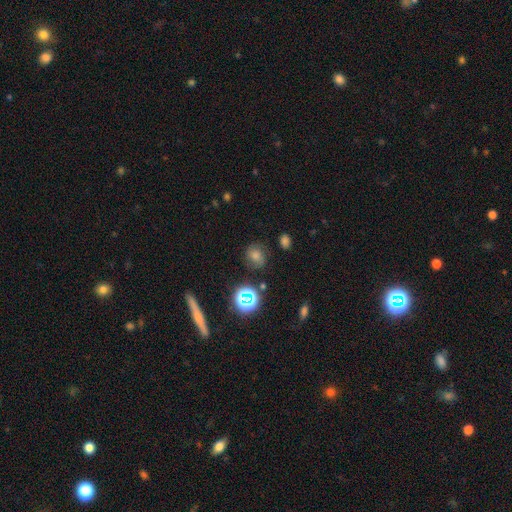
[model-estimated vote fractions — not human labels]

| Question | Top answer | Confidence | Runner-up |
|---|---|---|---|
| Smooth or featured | smooth | 51% | star or artifact (30%) |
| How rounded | round | 80% | in between (18%) |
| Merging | none | 82% | minor disturbance (11%) |